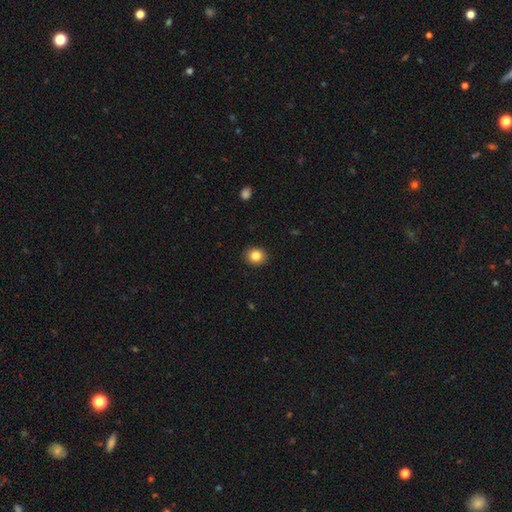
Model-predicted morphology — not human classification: The model was most divided on "how rounded": round: 73%, in between: 26%, cigar-shaped: 1%. More confident: merging — none (91%); smooth or featured — smooth (84%).